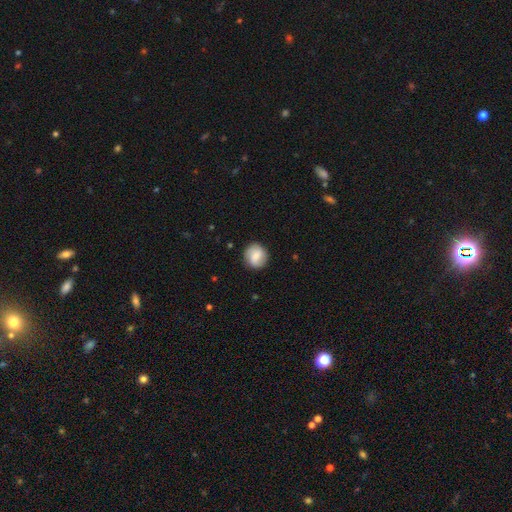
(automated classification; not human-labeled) smooth 72%, featured or disk 21%, star or artifact 7%. Down the decision tree: how rounded — round (82%); merging — none (86%).